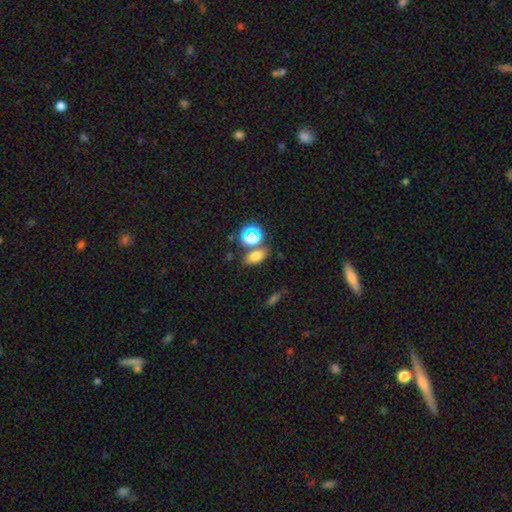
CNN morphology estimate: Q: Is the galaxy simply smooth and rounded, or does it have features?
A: smooth — 71%.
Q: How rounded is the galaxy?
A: in between — 77%.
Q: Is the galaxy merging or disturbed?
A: none — 68%.